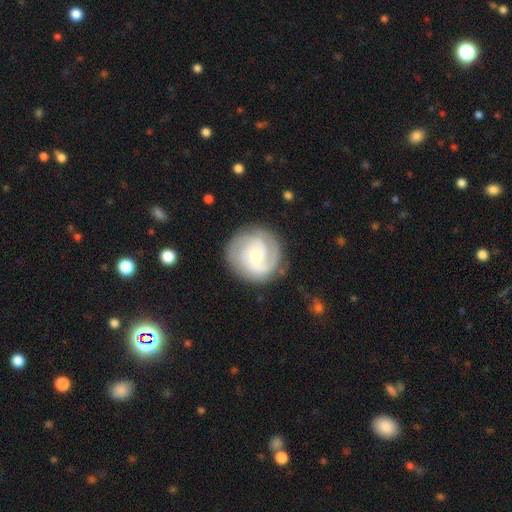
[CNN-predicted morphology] Smooth or featured: featured or disk — 83% (smooth — 12%)
Edge-on disk: no — 98% (yes — 2%)
Bar: no — 56% (weak — 36%)
Spiral arms: yes — 95% (no — 5%)
Spiral winding: tight — 64% (medium — 29%)
Spiral arm count: 2 — 55% (3 — 18%)
Bulge size: moderate — 51% (small — 44%)
Merging: none — 82% (minor disturbance — 12%)